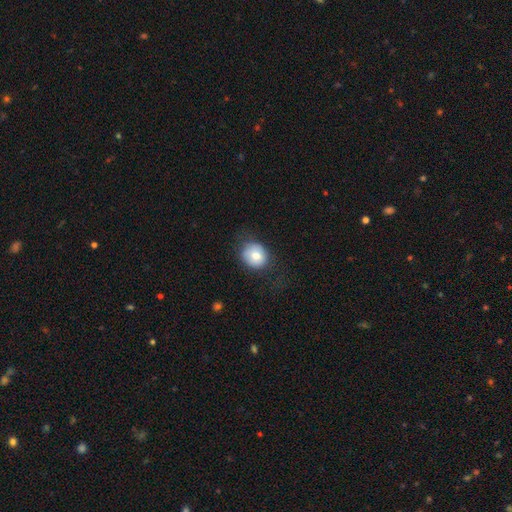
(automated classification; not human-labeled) A smooth galaxy with no disk features (77%) that is round (75%).

Vote fractions:
- Smooth or featured? smooth: 77% / featured or disk: 14% / star or artifact: 9%
- How rounded? round: 75% / in between: 24% / cigar-shaped: 1%
- Merging? none: 70% / minor disturbance: 20% / major disturbance: 9% / merger: 1%